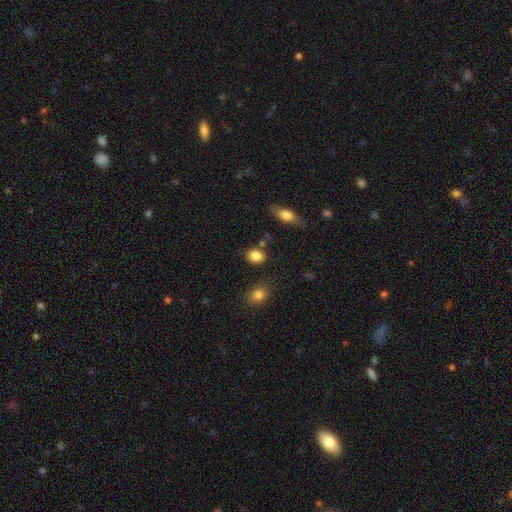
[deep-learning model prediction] Morphology: type=smooth (86%); roundness=in between (63%); merging=none (78%).